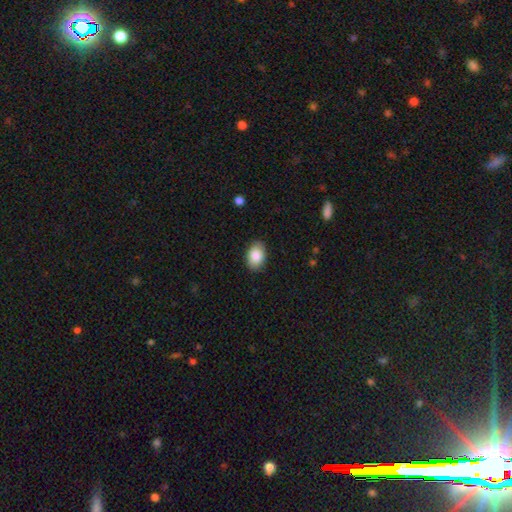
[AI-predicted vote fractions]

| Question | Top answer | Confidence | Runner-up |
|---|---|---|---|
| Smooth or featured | smooth | 87% | star or artifact (7%) |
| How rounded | in between | 86% | round (13%) |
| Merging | none | 87% | minor disturbance (9%) |